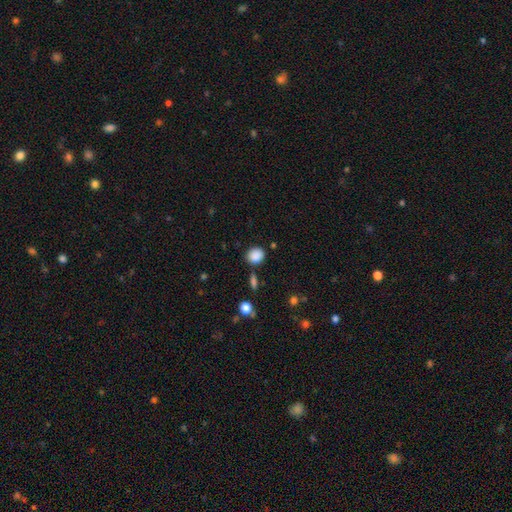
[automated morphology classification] A smooth galaxy with no disk features (87%) that is round (75%).

Vote fractions:
- Smooth or featured? smooth: 87% / star or artifact: 9% / featured or disk: 3%
- How rounded? round: 75% / in between: 24% / cigar-shaped: 1%
- Merging? none: 82% / minor disturbance: 10% / merger: 4% / major disturbance: 3%